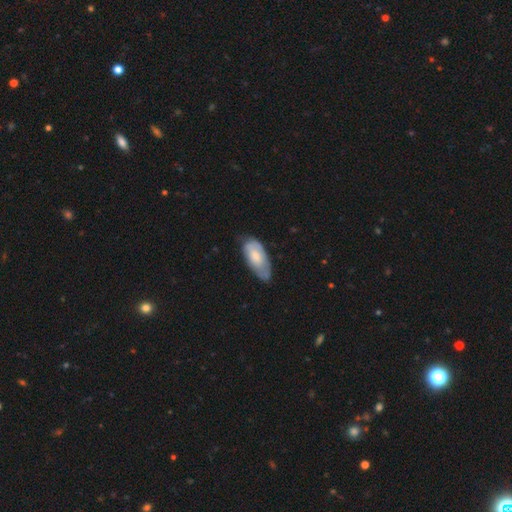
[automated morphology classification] A smooth galaxy with no disk features (57%) that is in between round and cigar-shaped (88%).

Vote fractions:
- Smooth or featured? smooth: 57% / featured or disk: 37% / star or artifact: 6%
- How rounded? in between: 88% / cigar-shaped: 10% / round: 2%
- Merging? none: 56% / minor disturbance: 34% / major disturbance: 9% / merger: 2%